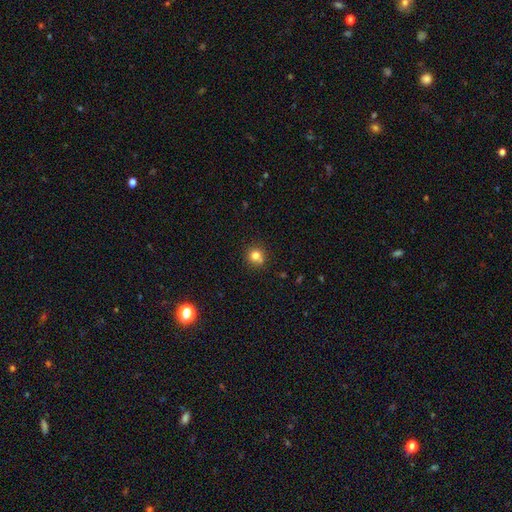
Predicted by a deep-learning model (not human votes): smooth_or_featured: smooth (p=0.78) [alt: star or artifact p=0.13]
how_rounded: round (p=0.90) [alt: in between p=0.09]
merging: none (p=0.71) [alt: merger p=0.14]